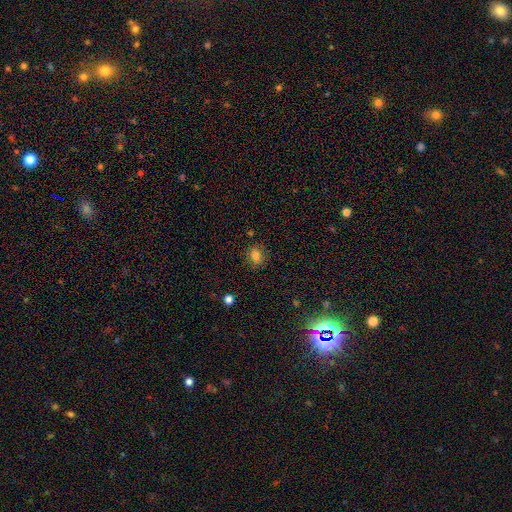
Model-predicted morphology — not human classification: Smooth or featured? smooth (81%)
How rounded? in between (57%)
Merging? none (83%)